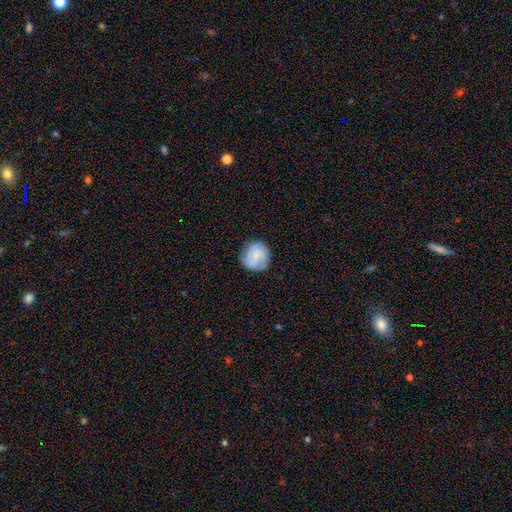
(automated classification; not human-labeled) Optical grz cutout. It shows a smooth galaxy with no disk features (53%) that is round (89%). Merging: none (76%).